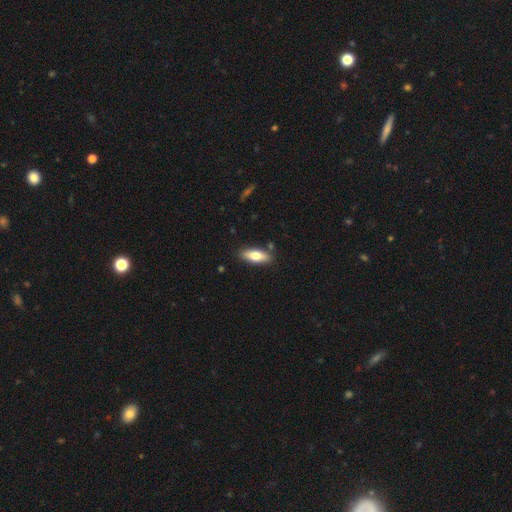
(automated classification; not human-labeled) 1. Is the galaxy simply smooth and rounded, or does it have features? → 70% smooth, 24% featured or disk, 6% star or artifact.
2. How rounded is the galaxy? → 66% in between, 31% cigar-shaped, 2% round.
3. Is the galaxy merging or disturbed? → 86% none, 10% minor disturbance, 3% merger, 2% major disturbance.